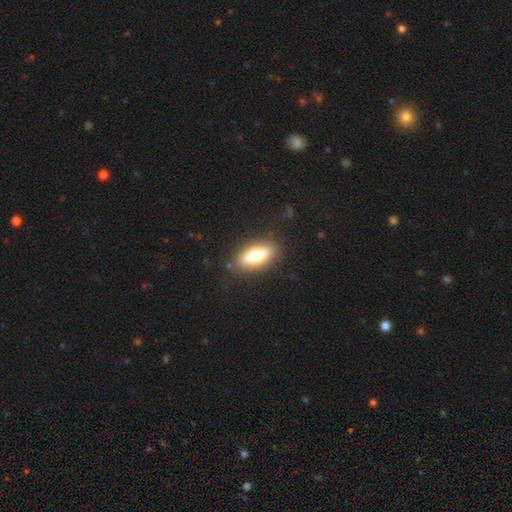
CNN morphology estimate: This is likely a smooth galaxy (69%). How rounded: likely in between (72%). Merging: clearly none (85%).